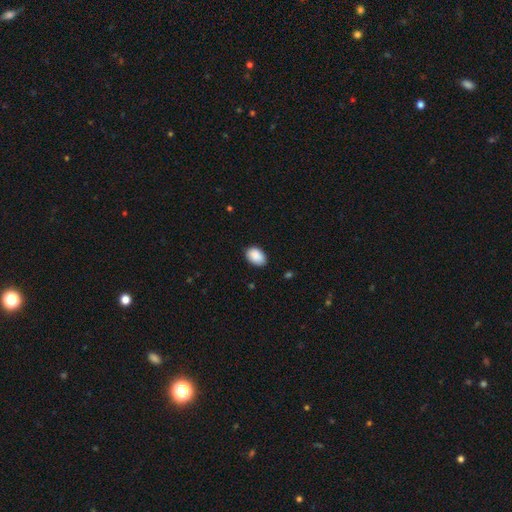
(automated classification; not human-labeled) smooth-or-featured: smooth: 90% | star or artifact: 7% | featured or disk: 3%
  how-rounded: in between: 88% | round: 11% | cigar-shaped: 1%
  merging: none: 83% | minor disturbance: 14% | major disturbance: 2% | merger: 1%